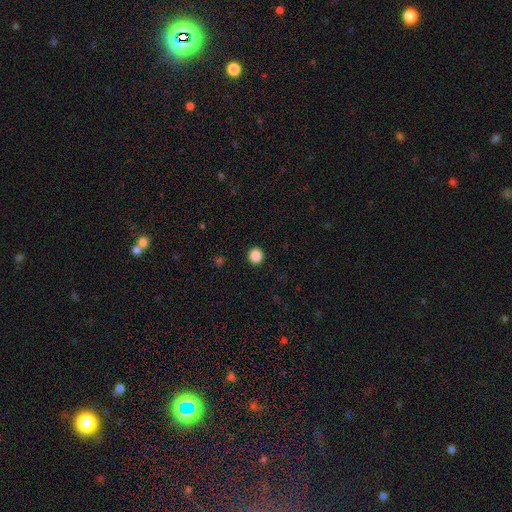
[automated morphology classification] The model was most divided on "smooth or featured": smooth: 87%, star or artifact: 10%, featured or disk: 3%. More confident: merging — none (93%); how rounded — round (92%).